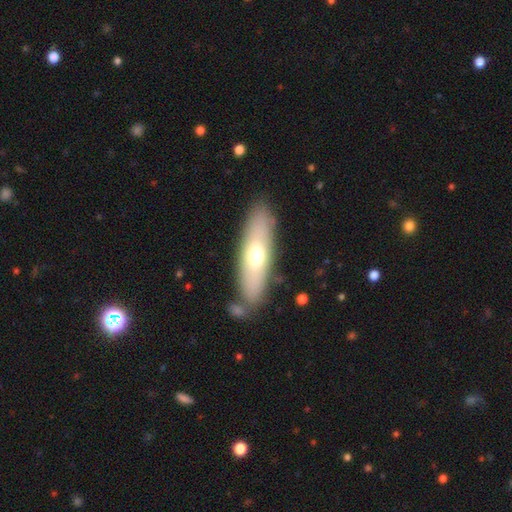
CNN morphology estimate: Overall: smooth (60%; featured or disk 34%). How rounded: cigar-shaped (54%; in between 44%). Merging: none (79%).